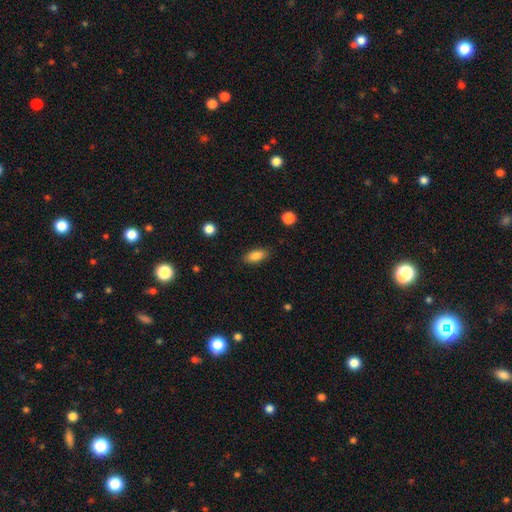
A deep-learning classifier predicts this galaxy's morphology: Smooth or featured?
  - smooth: 85% *
  - star or artifact: 8%
  - featured or disk: 7%
How rounded?
  - in between: 85% *
  - cigar-shaped: 11%
  - round: 4%
Merging?
  - none: 87% *
  - minor disturbance: 10%
  - major disturbance: 2%
  - merger: 1%